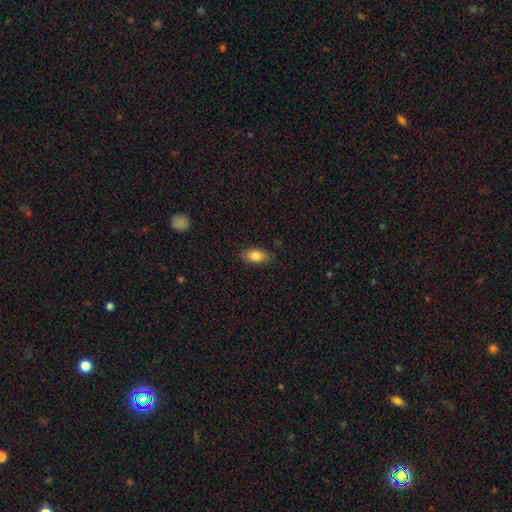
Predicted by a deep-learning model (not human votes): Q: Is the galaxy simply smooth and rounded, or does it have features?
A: smooth — 83%.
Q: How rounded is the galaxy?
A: in between — 90%.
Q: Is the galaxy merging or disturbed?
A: none — 86%.